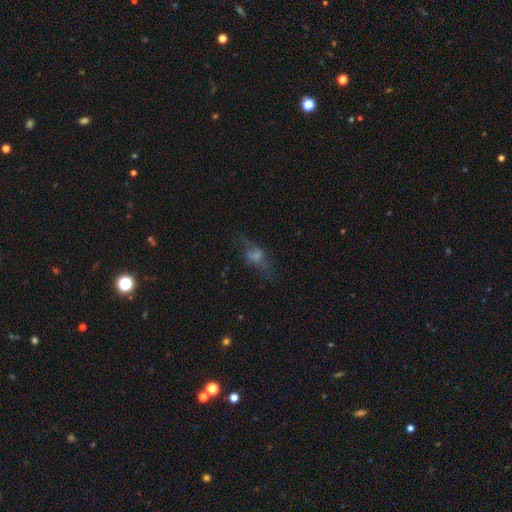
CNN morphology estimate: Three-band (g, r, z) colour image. It shows a featured or disk galaxy (49%). Merging: none (53%).